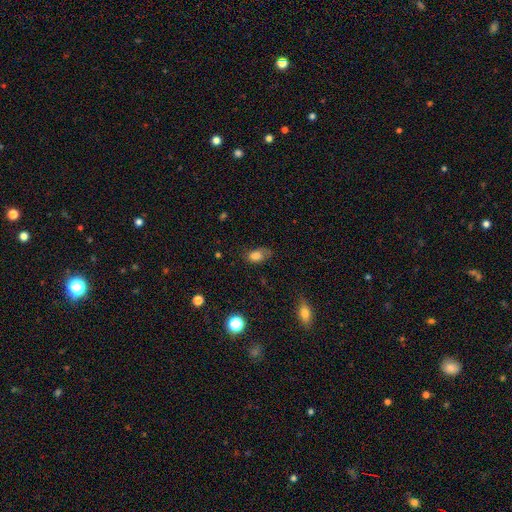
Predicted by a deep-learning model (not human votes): smooth 77%, star or artifact 12%, featured or disk 11%. Down the decision tree: how rounded — in between (86%); merging — none (51%).